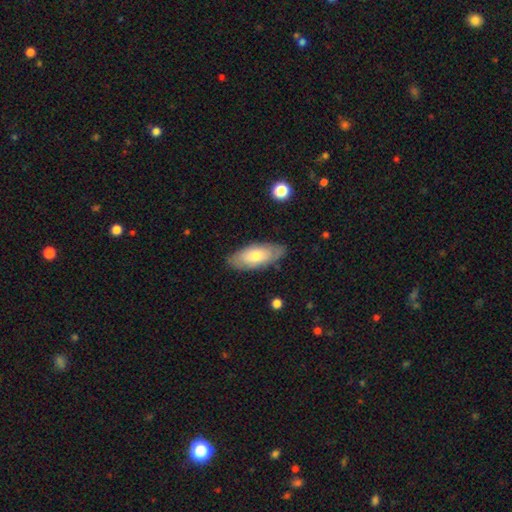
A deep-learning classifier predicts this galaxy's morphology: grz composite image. It shows a smooth galaxy with no disk features (62%) that is in between round and cigar-shaped (85%). Merging: none (81%).